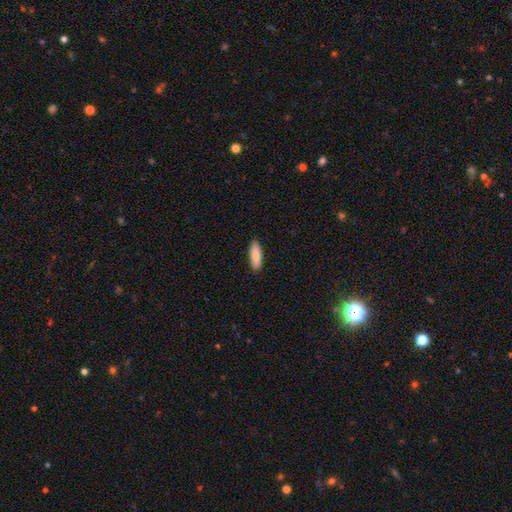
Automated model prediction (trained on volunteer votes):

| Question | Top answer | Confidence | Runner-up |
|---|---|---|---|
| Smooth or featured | smooth | 85% | featured or disk (9%) |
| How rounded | in between | 58% | cigar-shaped (40%) |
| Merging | none | 90% | minor disturbance (8%) |